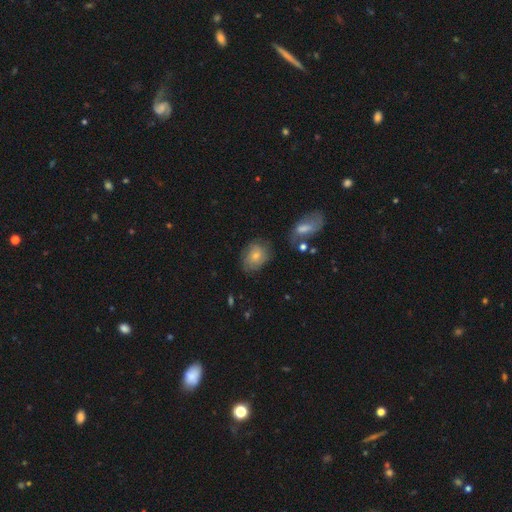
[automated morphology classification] type=smooth (59%); roundness=in between (56%); merging=none (64%).